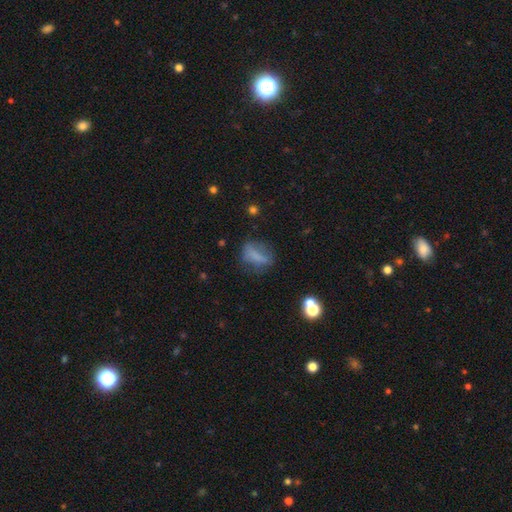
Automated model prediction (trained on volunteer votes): Smooth or featured? smooth (62%)
How rounded? in between (63%)
Merging? none (54%)